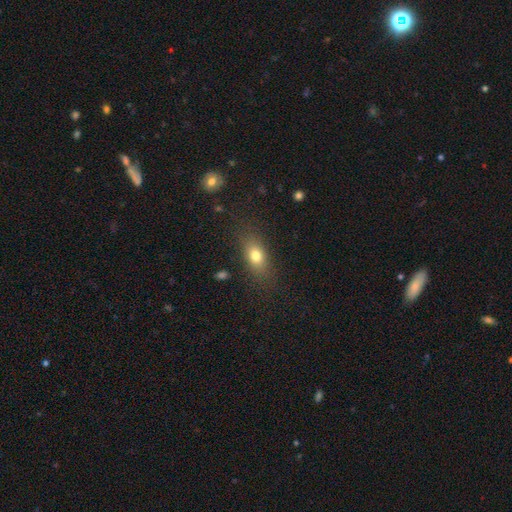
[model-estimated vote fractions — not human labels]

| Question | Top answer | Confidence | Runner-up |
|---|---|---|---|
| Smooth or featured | smooth | 75% | featured or disk (14%) |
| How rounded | in between | 73% | round (17%) |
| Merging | none | 80% | minor disturbance (13%) |